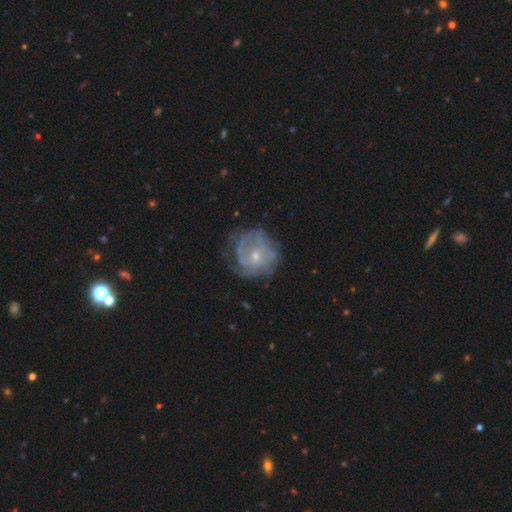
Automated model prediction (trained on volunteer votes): Morphology: type=featured or disk (72%); edge-on=no (98%); bar=no (75%); spiral arms=yes (76%); winding=tight (50%); arm count=can't tell (50%); bulge=small (58%); merging=none (60%).